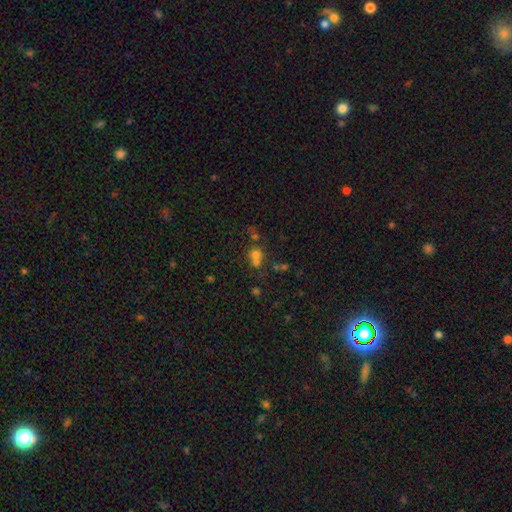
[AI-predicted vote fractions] Smooth or featured?
  - smooth: 62% *
  - star or artifact: 24%
  - featured or disk: 15%
How rounded?
  - round: 81% *
  - in between: 18%
  - cigar-shaped: 1%
Merging?
  - merger: 50% *
  - none: 39%
  - minor disturbance: 7%
  - major disturbance: 4%